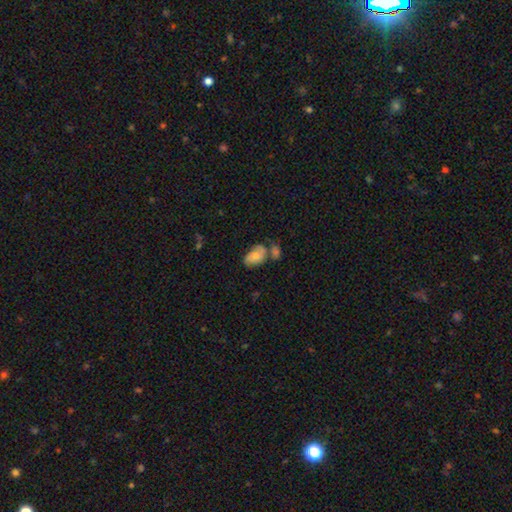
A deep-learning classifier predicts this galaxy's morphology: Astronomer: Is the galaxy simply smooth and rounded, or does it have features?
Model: smooth — 63%.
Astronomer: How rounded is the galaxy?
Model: in between — 89%.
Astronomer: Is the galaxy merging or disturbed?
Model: none — 36% (runner-up: merger, 34%).